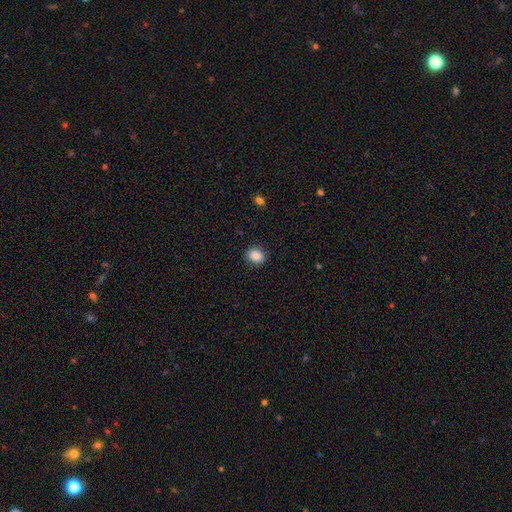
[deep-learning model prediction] A smooth galaxy with no disk features (87%) that is round (52%).

Vote fractions:
- Smooth or featured? smooth: 87% / star or artifact: 9% / featured or disk: 4%
- How rounded? round: 52% / in between: 47% / cigar-shaped: 1%
- Merging? none: 89% / minor disturbance: 8% / major disturbance: 2% / merger: 1%